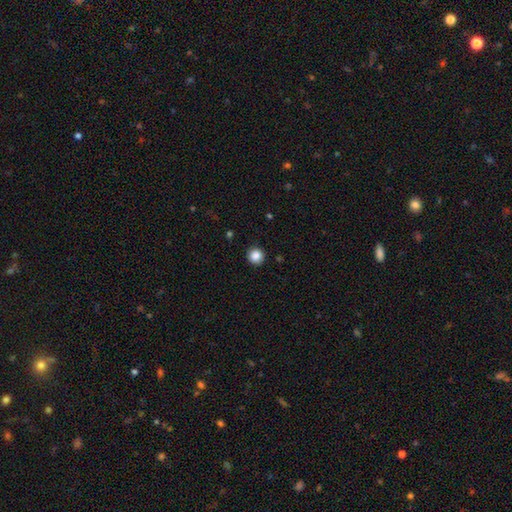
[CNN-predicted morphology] Smooth or featured: smooth — 87% (star or artifact — 10%)
How rounded: round — 94% (in between — 5%)
Merging: none — 91% (minor disturbance — 6%)